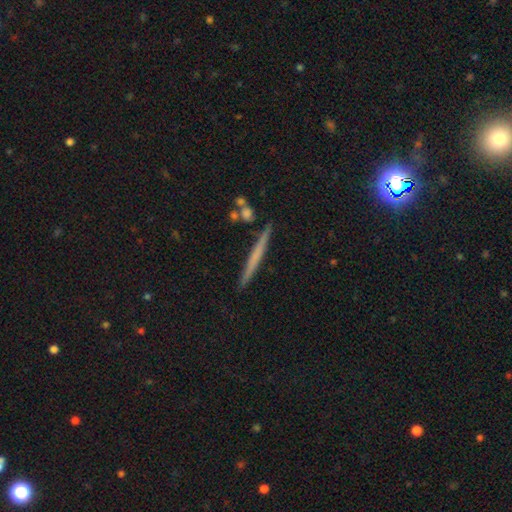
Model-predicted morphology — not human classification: Smooth or featured?
  - smooth: 47% *
  - featured or disk: 46%
  - star or artifact: 7%
Merging?
  - none: 89% *
  - minor disturbance: 7%
  - merger: 3%
  - major disturbance: 1%